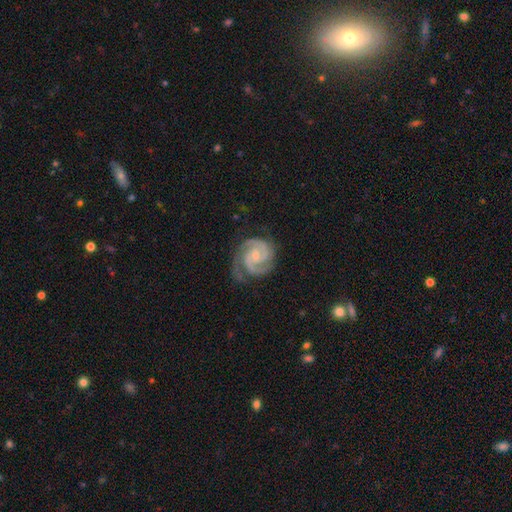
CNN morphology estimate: A featured or disk galaxy (93%) with no bar (51%), 2 (80%) tight (64%) spiral arms (99%) and a small central bulge (68%).

Vote fractions:
- Smooth or featured? featured or disk: 93% / star or artifact: 4% / smooth: 3%
- Edge-on disk? no: 98% / yes: 2%
- Bar? no: 51% / weak: 38% / strong: 11%
- Spiral arms? yes: 99% / no: 1%
- Spiral winding? tight: 64% / medium: 33% / loose: 3%
- Spiral arm count? 2: 80% / 3: 12% / can't tell: 3% / 1: 2% / 4: 2% / more than 4: 2%
- Bulge size? small: 68% / moderate: 22% / none: 8% / large: 1% / dominant: 1%
- Merging? none: 73% / minor disturbance: 19% / major disturbance: 6% / merger: 1%